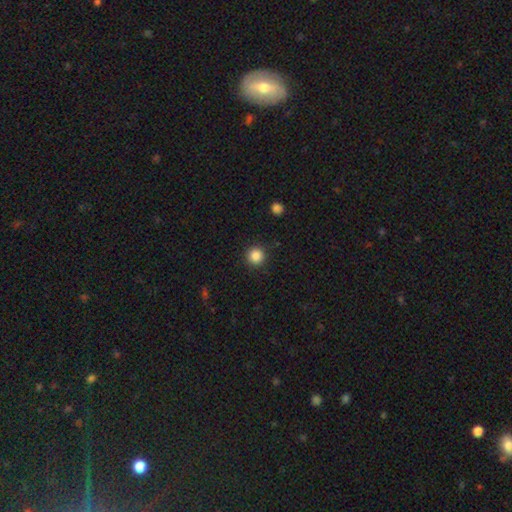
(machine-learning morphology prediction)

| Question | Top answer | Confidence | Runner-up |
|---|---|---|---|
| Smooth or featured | smooth | 86% | star or artifact (10%) |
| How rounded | round | 95% | in between (4%) |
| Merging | none | 91% | minor disturbance (6%) |